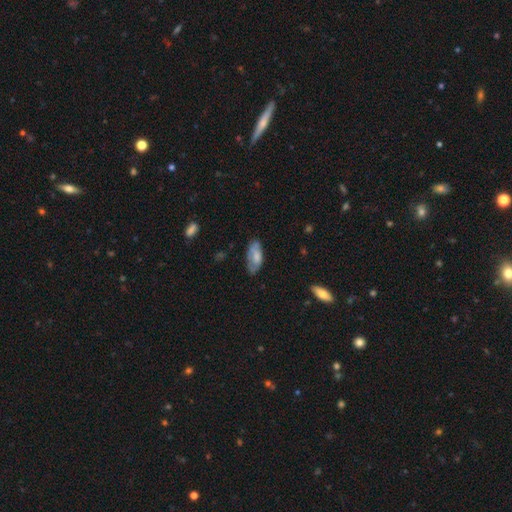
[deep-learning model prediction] smooth-or-featured: smooth: 66% | featured or disk: 27% | star or artifact: 7%
  how-rounded: in between: 86% | cigar-shaped: 12% | round: 2%
  merging: none: 59% | minor disturbance: 30% | major disturbance: 9% | merger: 2%